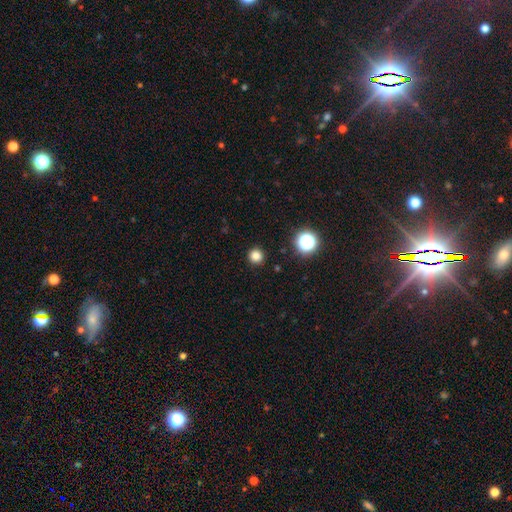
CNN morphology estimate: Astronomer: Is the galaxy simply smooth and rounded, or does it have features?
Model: smooth — 81%.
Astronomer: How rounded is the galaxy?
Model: round — 96%.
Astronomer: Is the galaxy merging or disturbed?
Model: none — 92%.